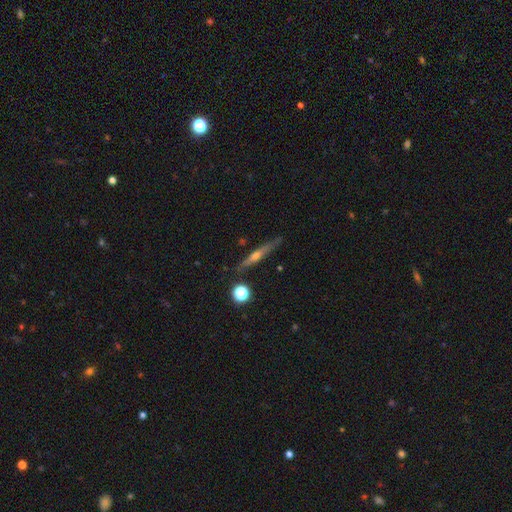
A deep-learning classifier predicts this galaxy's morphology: A featured or disk galaxy (68%) viewed edge-on (96%) with a rounded central bulge (83%).

Vote fractions:
- Smooth or featured? featured or disk: 68% / smooth: 24% / star or artifact: 8%
- Edge-on disk? yes: 96% / no: 4%
- Edge-on bulge? rounded: 83% / none: 13% / boxy: 4%
- Merging? none: 86% / minor disturbance: 10% / merger: 3% / major disturbance: 2%